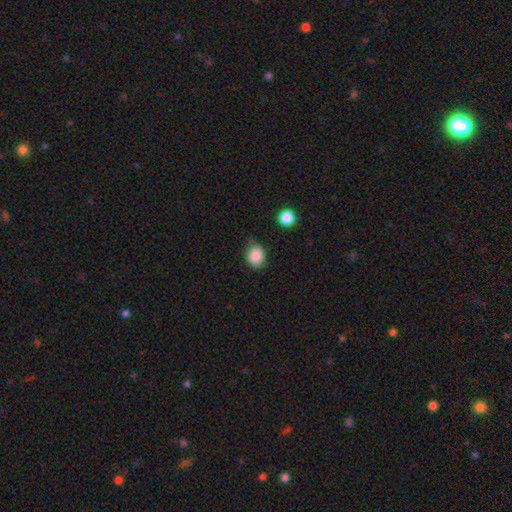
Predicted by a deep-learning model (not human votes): The model was most divided on "how rounded": round: 62%, in between: 37%, cigar-shaped: 1%. More confident: smooth or featured — smooth (87%); merging — none (71%).